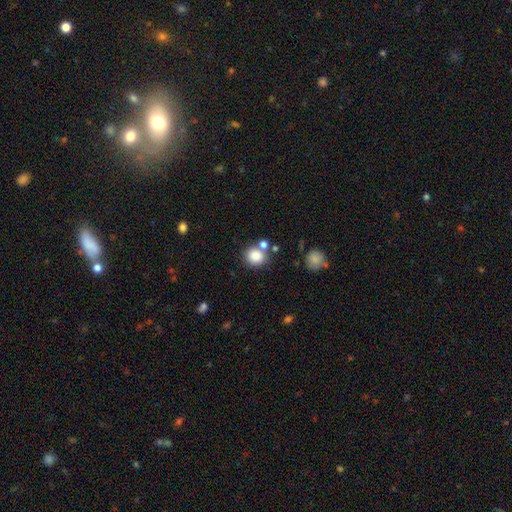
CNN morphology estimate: A smooth galaxy with no disk features (84%) that is round (79%).

Vote fractions:
- Smooth or featured? smooth: 84% / star or artifact: 10% / featured or disk: 5%
- How rounded? round: 79% / in between: 20% / cigar-shaped: 1%
- Merging? none: 68% / merger: 17% / minor disturbance: 11% / major disturbance: 4%